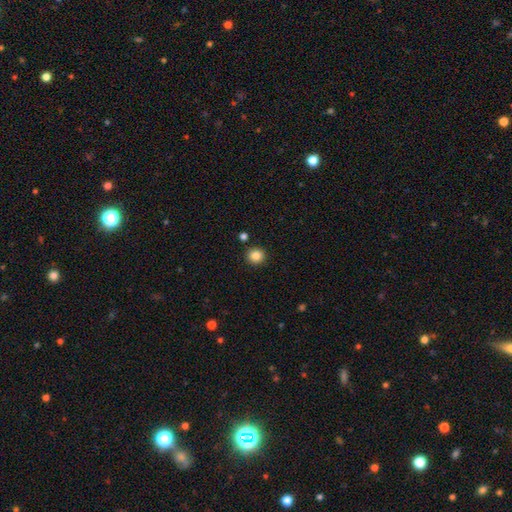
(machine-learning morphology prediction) A smooth galaxy with no disk features (85%) that is round (91%). Merging: none (90%).